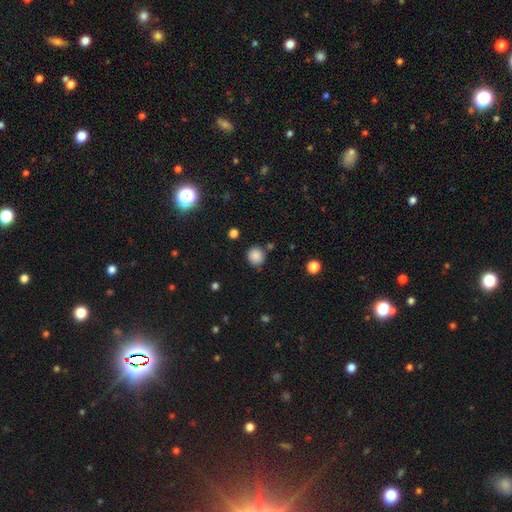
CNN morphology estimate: Smooth or featured? Predicted: smooth (p=0.85). How rounded? Predicted: round (p=0.90). Merging? Predicted: none (p=0.82).